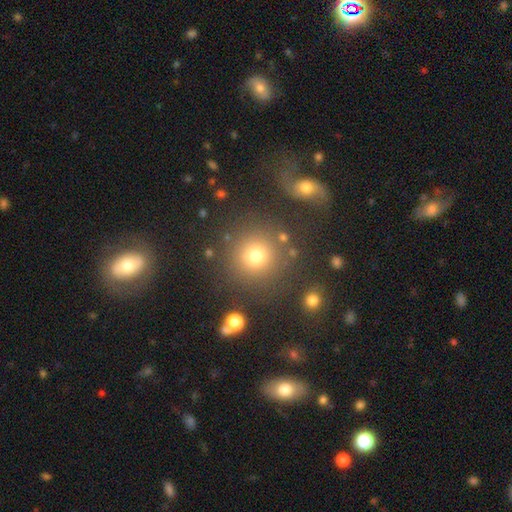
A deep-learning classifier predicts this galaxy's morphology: Smooth or featured? smooth (74%)
How rounded? round (92%)
Merging? none (80%)